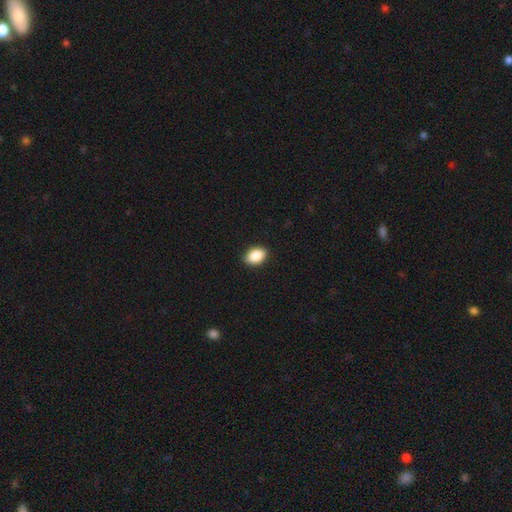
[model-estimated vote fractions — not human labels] Q: Smooth or featured?
A: smooth (88%); runner-up: star or artifact (8%)
Q: How rounded?
A: in between (86%); runner-up: round (13%)
Q: Merging?
A: none (88%); runner-up: minor disturbance (9%)